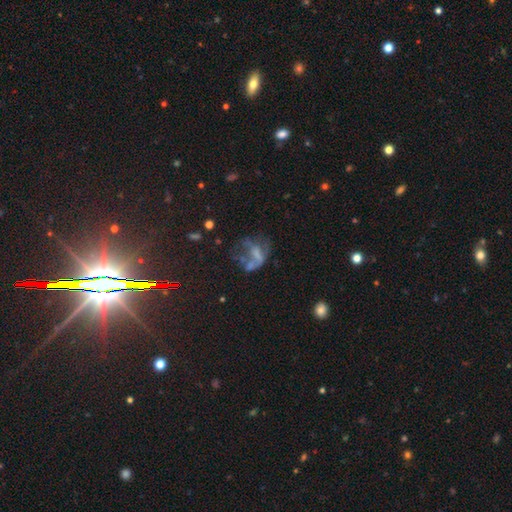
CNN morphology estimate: Smooth or featured? featured or disk (50%)
Edge-on disk? no (97%)
Merging? major disturbance (46%)